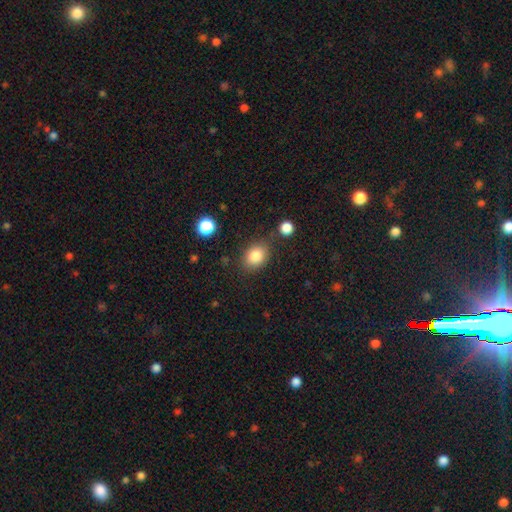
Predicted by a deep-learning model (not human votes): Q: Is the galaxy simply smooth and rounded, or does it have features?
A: smooth — 83%.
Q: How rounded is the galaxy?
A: in between — 60%.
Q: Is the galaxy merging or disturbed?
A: none — 76%.